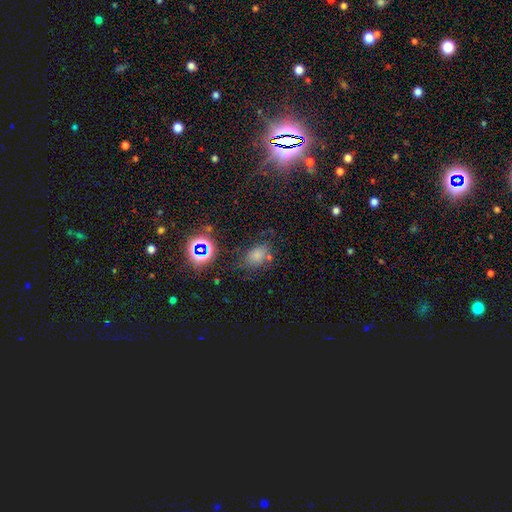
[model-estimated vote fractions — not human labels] Morphology: type=smooth (47%); merging=none (65%).